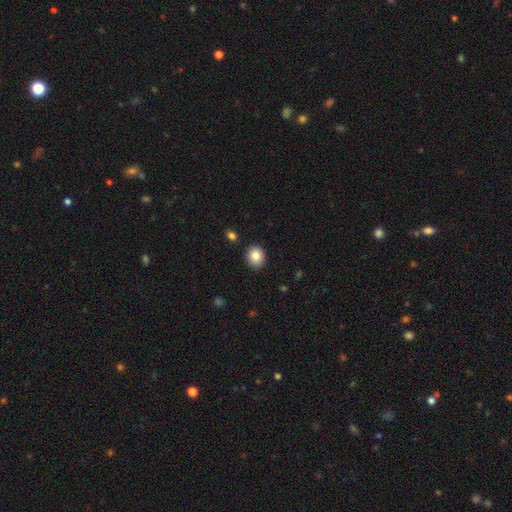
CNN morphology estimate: Smooth or featured? smooth (85%)
How rounded? round (67%)
Merging? none (90%)